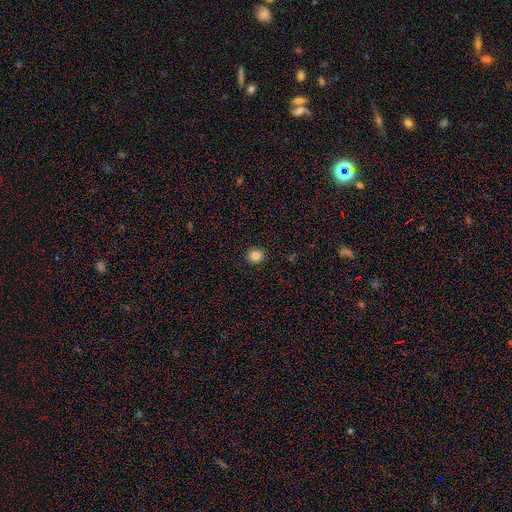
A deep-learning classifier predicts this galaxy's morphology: This appears to be a smooth galaxy with no disk features (83%) that is round (92%). Merging: none (92%).